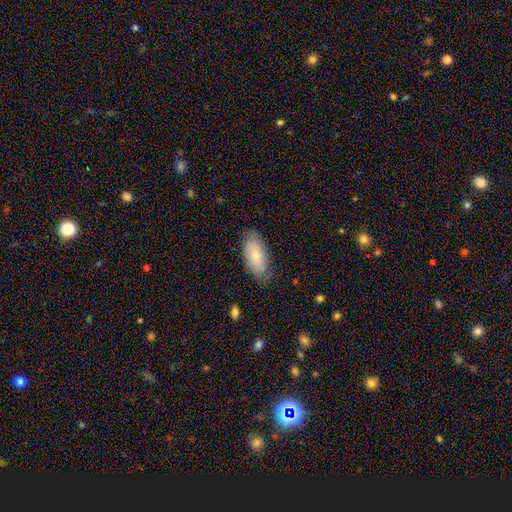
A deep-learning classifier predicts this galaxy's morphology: Smooth or featured? smooth (66%)
How rounded? in between (90%)
Merging? none (76%)